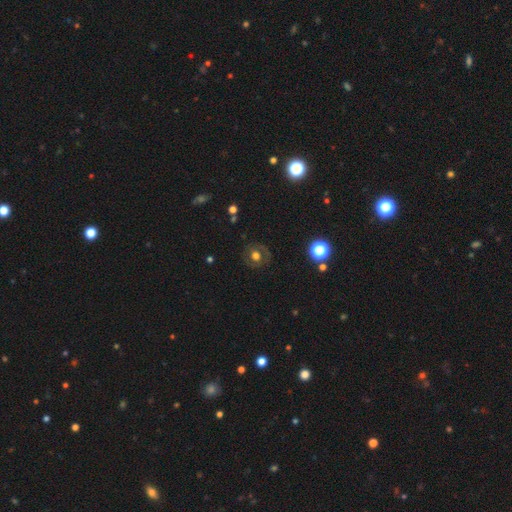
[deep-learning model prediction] Morphology: type=smooth (48%); merging=none (80%).